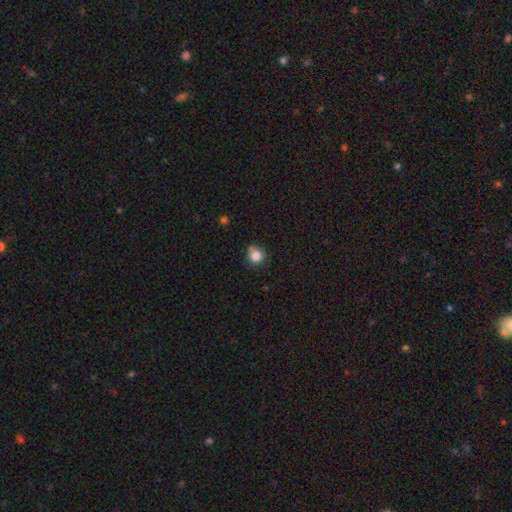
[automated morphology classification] Smooth or featured? smooth (83%)
How rounded? round (90%)
Merging? none (67%)